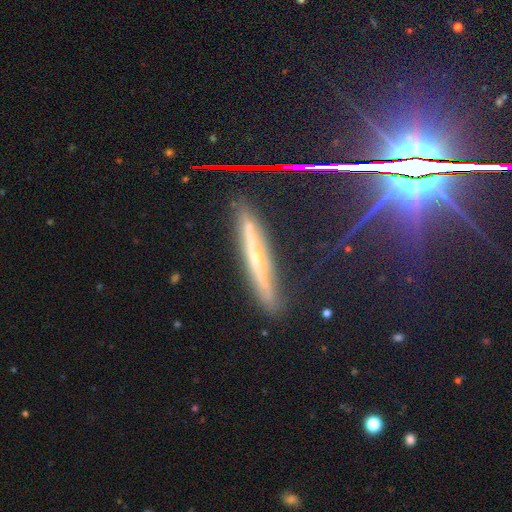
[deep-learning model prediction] Overall: featured or disk (64%). Edge-on disk: yes (92%). Edge-on bulge: rounded (54%; none 41%). Merging: none (84%).